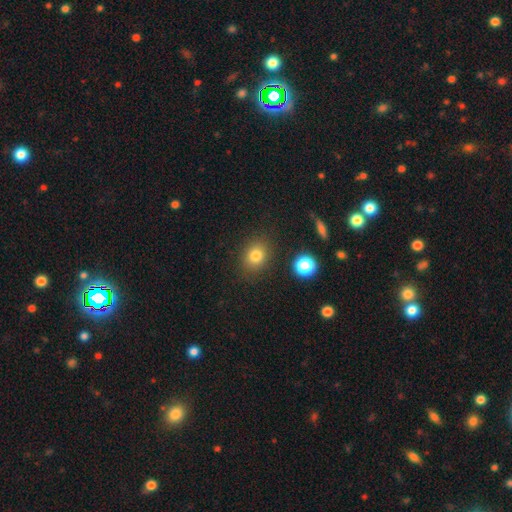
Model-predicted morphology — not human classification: smooth-or-featured: smooth: 80% | star or artifact: 13% | featured or disk: 7%
  how-rounded: round: 61% | in between: 38% | cigar-shaped: 1%
  merging: none: 85% | minor disturbance: 9% | major disturbance: 3% | merger: 3%